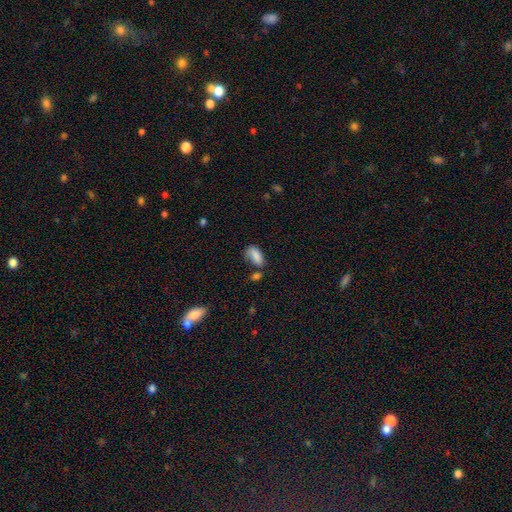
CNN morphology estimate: A smooth galaxy with no disk features (81%) that is in between round and cigar-shaped (89%). Merging: none (43%).